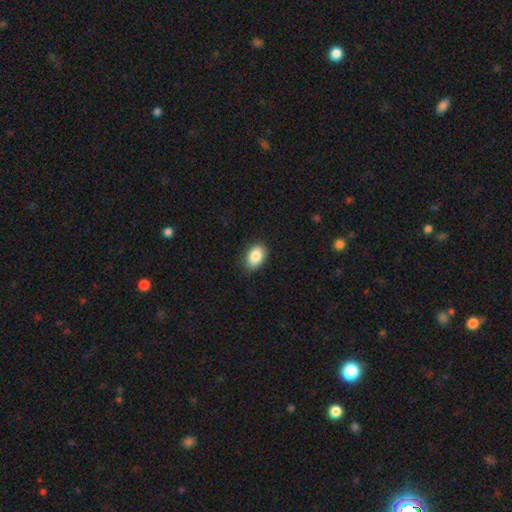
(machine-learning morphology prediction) smooth_or_featured: smooth (p=0.86) [alt: star or artifact p=0.08]
how_rounded: in between (p=0.86) [alt: round p=0.13]
merging: none (p=0.83) [alt: minor disturbance p=0.14]